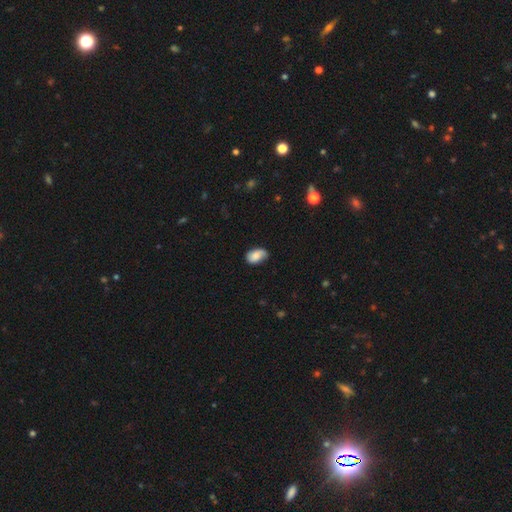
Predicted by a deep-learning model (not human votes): smooth_or_featured: smooth (p=0.73) [alt: featured or disk p=0.19]
how_rounded: in between (p=0.89) [alt: round p=0.10]
merging: none (p=0.65) [alt: minor disturbance p=0.27]